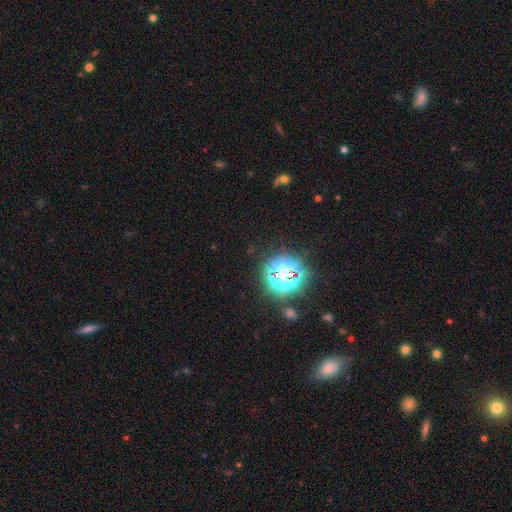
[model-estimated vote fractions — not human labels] The model was most divided on "smooth or featured": star or artifact: 75%, smooth: 19%, featured or disk: 6%.